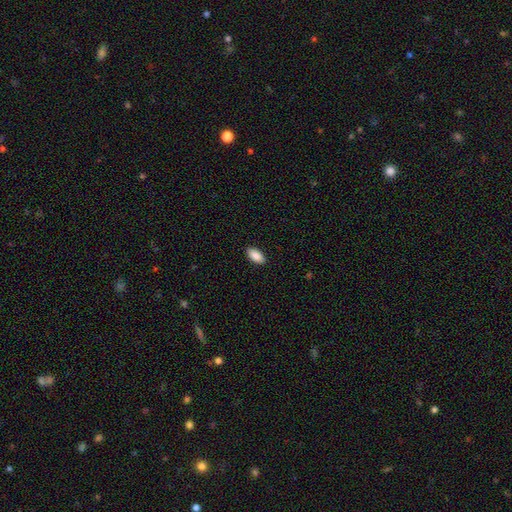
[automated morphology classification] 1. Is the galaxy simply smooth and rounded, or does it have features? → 90% smooth, 6% star or artifact, 4% featured or disk.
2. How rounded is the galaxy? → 94% in between, 4% cigar-shaped, 2% round.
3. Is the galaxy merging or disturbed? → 90% none, 7% minor disturbance, 2% major disturbance, 1% merger.